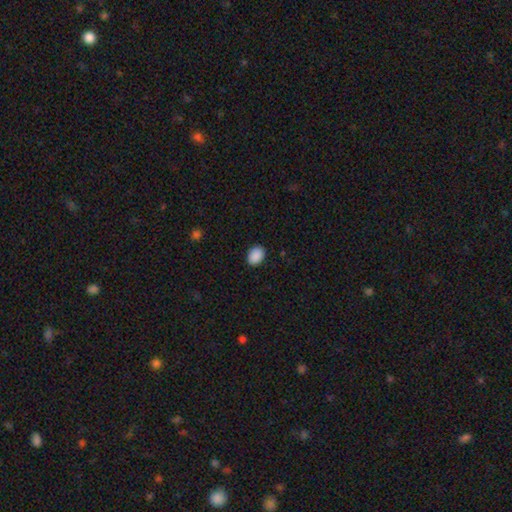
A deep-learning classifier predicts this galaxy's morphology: This is clearly a smooth galaxy (90%). How rounded: likely in between (71%). Merging: clearly none (89%).